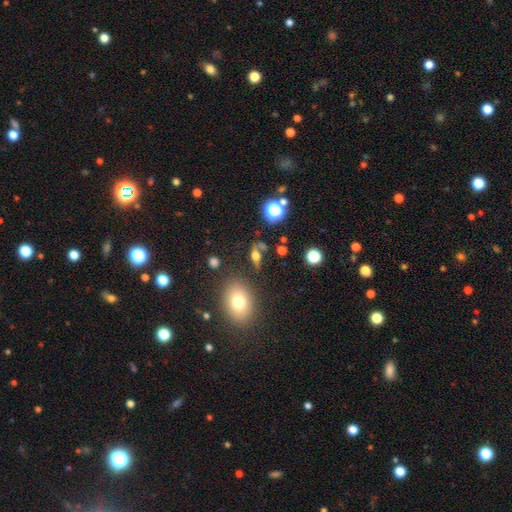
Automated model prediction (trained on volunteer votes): smooth-or-featured: smooth: 50% | featured or disk: 32% | star or artifact: 18%
  how-rounded: in between: 60% | cigar-shaped: 21% | round: 19%
  merging: none: 62% | minor disturbance: 17% | merger: 13% | major disturbance: 9%